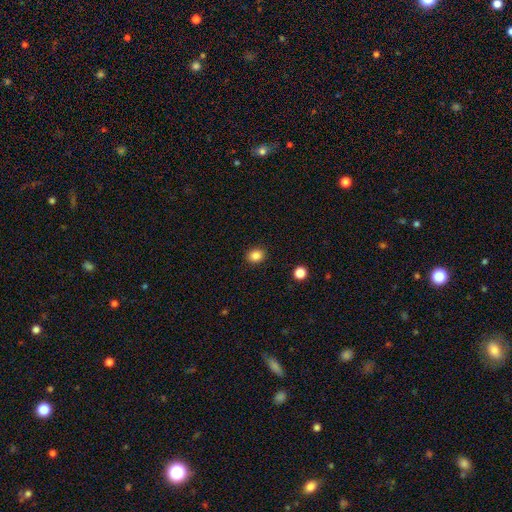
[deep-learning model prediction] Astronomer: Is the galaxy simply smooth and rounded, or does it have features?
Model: smooth — 85%.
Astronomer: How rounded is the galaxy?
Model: round — 63%.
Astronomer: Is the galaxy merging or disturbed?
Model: none — 90%.